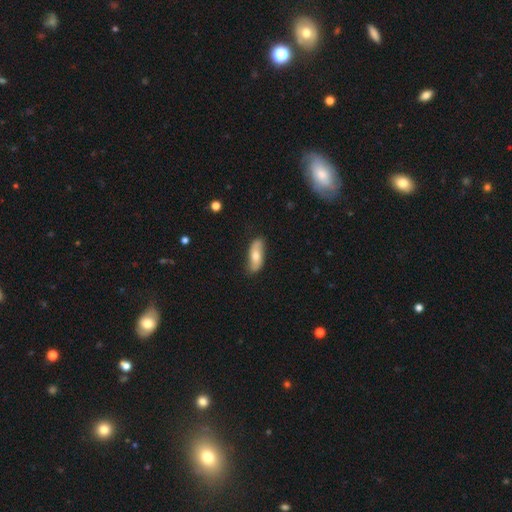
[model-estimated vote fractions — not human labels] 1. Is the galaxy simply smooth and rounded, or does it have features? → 65% smooth, 29% featured or disk, 6% star or artifact.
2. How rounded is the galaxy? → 71% in between, 26% cigar-shaped, 3% round.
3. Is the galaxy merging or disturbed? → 79% none, 17% minor disturbance, 3% major disturbance, 1% merger.